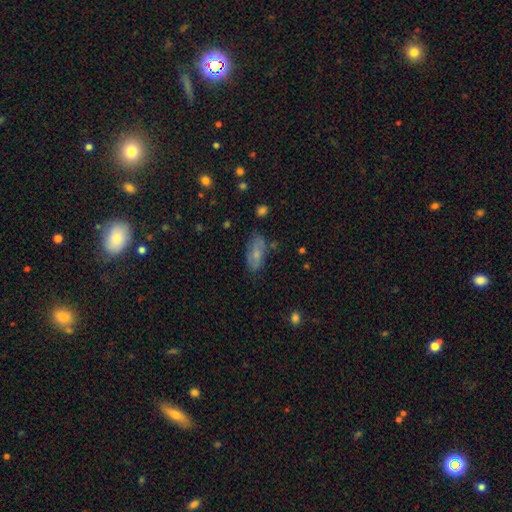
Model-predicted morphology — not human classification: The model was most divided on "merging": none: 66%, minor disturbance: 23%, major disturbance: 6%, merger: 4%. More confident: how rounded — in between (90%); smooth or featured — smooth (72%).